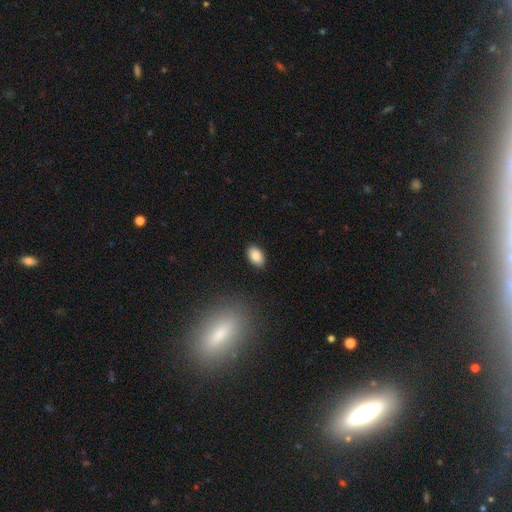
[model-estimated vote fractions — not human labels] Smooth or featured: smooth — 86% (star or artifact — 8%)
How rounded: in between — 91% (round — 8%)
Merging: none — 89% (minor disturbance — 8%)